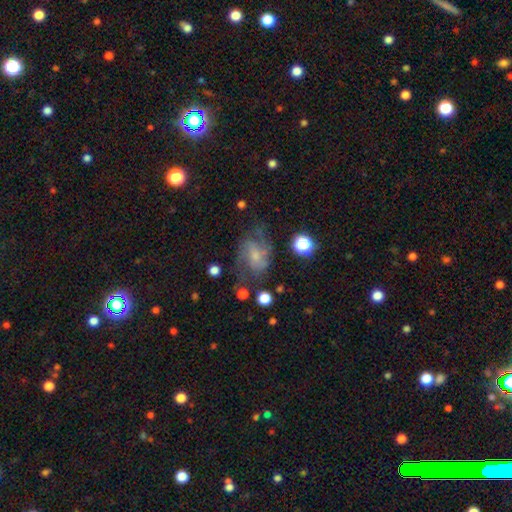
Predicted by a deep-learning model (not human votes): smooth_or_featured: featured or disk (p=0.60) [alt: smooth p=0.27]
disk_edge_on: no (p=0.97) [alt: yes p=0.03]
bar: no (p=0.57) [alt: weak p=0.36]
has_spiral_arms: yes (p=0.81) [alt: no p=0.19]
bulge_size: small (p=0.53) [alt: moderate p=0.25]
merging: none (p=0.48) [alt: major disturbance p=0.24]